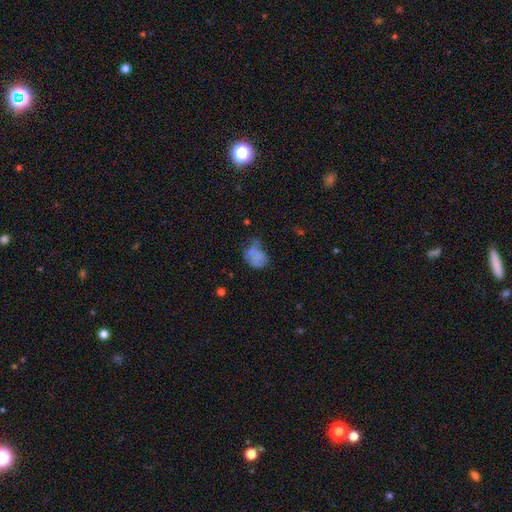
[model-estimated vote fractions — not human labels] Morphology: type=smooth (59%); roundness=in between (66%); merging=minor disturbance (29%).